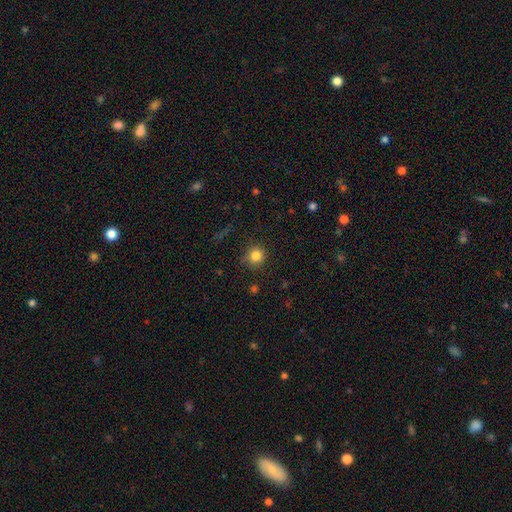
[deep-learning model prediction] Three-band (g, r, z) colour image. It shows a smooth galaxy with no disk features (83%) that is round (90%). Merging: none (83%).